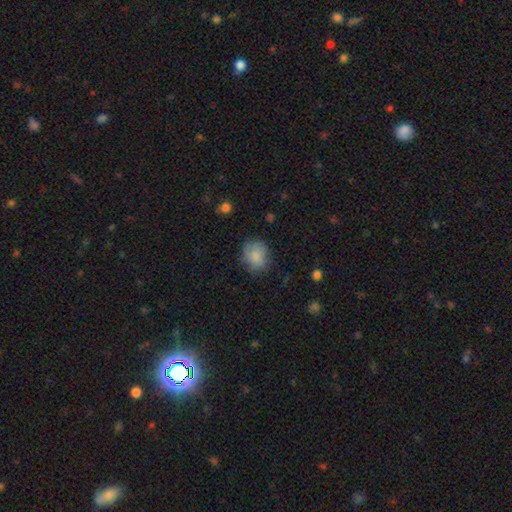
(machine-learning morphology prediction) smooth_or_featured: smooth (p=0.81) [alt: featured or disk p=0.11]
how_rounded: round (p=0.66) [alt: in between p=0.33]
merging: none (p=0.73) [alt: minor disturbance p=0.20]